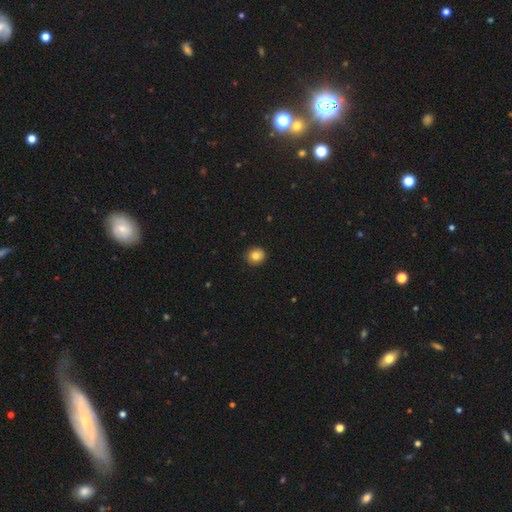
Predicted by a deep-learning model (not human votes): A smooth galaxy with no disk features (83%) that is round (86%). Merging: none (90%).